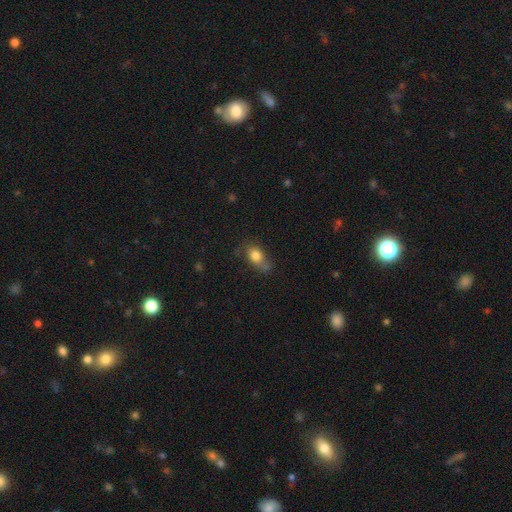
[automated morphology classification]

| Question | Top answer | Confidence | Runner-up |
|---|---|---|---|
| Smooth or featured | smooth | 76% | featured or disk (15%) |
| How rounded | in between | 66% | round (31%) |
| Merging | none | 48% | minor disturbance (29%) |